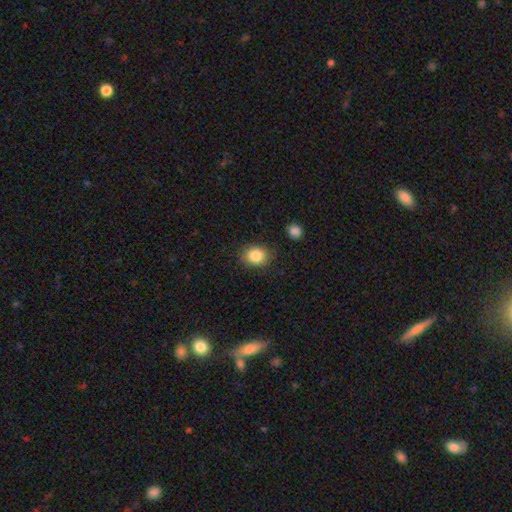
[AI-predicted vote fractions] smooth_or_featured: smooth (p=0.86) [alt: star or artifact p=0.09]
how_rounded: round (p=0.52) [alt: in between p=0.47]
merging: none (p=0.83) [alt: minor disturbance p=0.12]